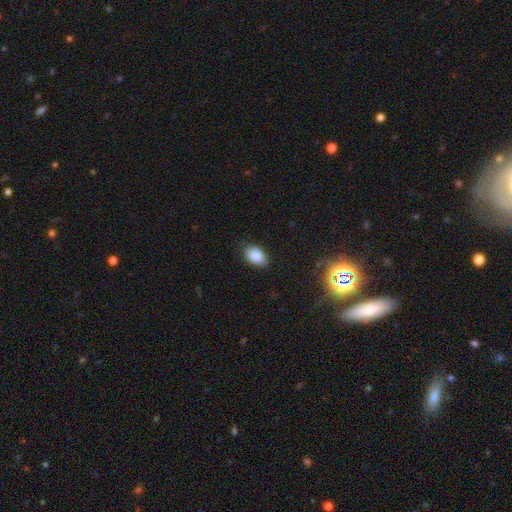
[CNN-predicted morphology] Smooth or featured? smooth (86%)
How rounded? in between (87%)
Merging? none (81%)